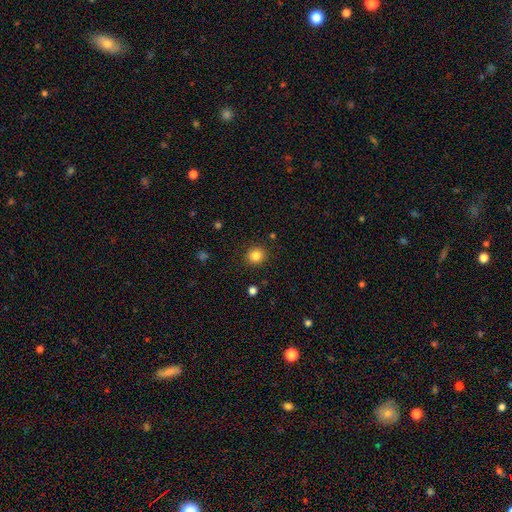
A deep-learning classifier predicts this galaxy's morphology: smooth_or_featured: smooth (p=0.84) [alt: star or artifact p=0.11]
how_rounded: round (p=0.87) [alt: in between p=0.12]
merging: none (p=0.90) [alt: minor disturbance p=0.06]